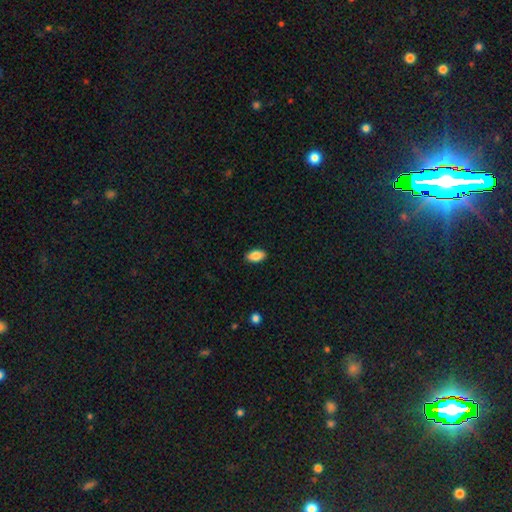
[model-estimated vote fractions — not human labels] Overall: smooth (86%). How rounded: in between (93%). Merging: none (89%).